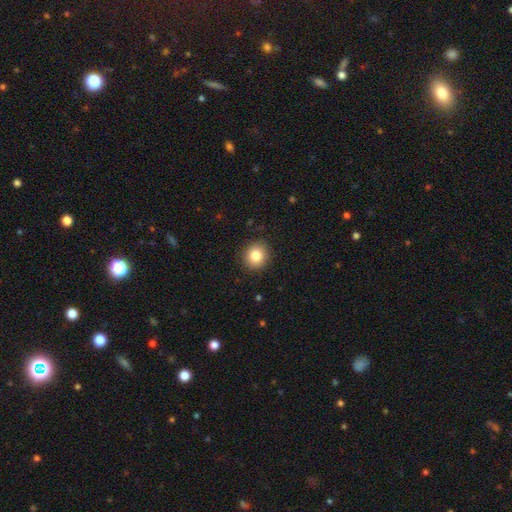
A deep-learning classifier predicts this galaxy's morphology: Q: Smooth or featured?
A: smooth (84%); runner-up: star or artifact (10%)
Q: How rounded?
A: round (86%); runner-up: in between (14%)
Q: Merging?
A: none (89%); runner-up: minor disturbance (7%)